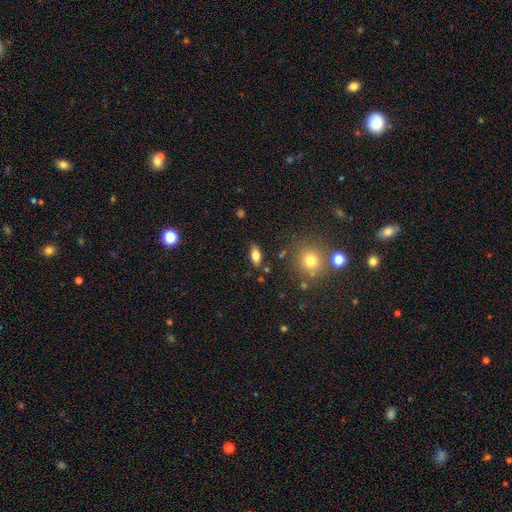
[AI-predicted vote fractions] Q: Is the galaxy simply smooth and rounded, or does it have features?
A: smooth — 76%.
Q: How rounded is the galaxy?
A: in between — 87%.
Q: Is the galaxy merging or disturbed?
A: none — 84%.